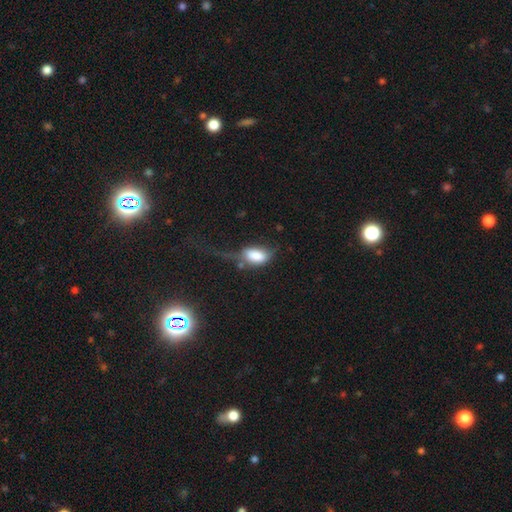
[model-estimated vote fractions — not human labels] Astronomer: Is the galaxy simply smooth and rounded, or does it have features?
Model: smooth — 76%.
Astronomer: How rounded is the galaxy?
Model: in between — 91%.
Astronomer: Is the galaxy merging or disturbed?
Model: major disturbance — 49%.